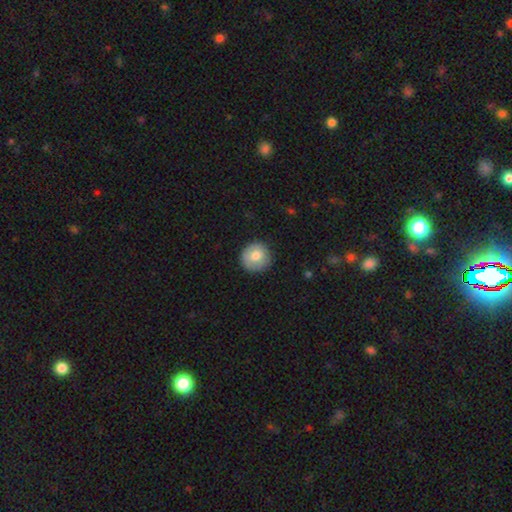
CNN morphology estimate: Overall: smooth (76%). How rounded: round (94%). Merging: none (88%).